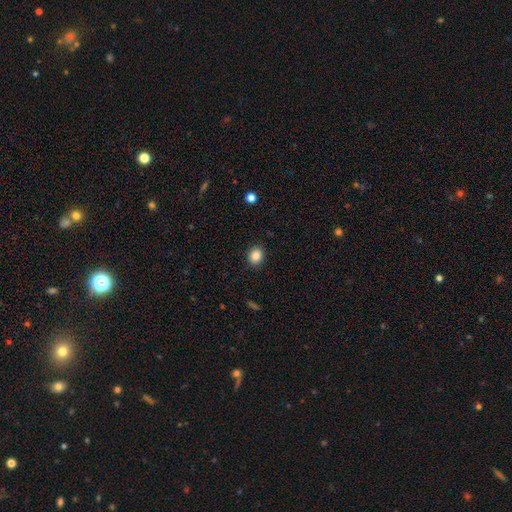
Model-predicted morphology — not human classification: Smooth or featured? smooth (85%)
How rounded? round (67%)
Merging? none (90%)